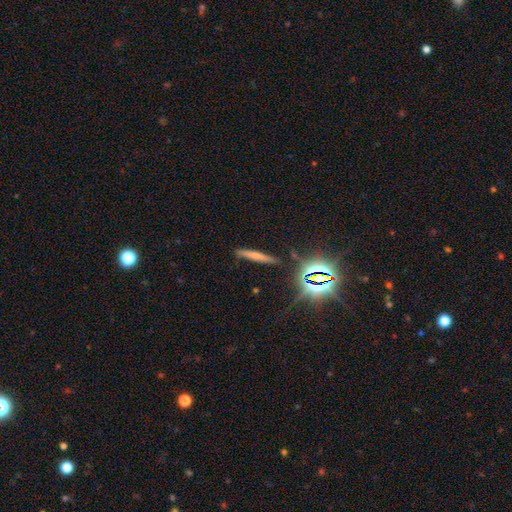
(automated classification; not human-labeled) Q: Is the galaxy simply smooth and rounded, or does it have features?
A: smooth — 55%.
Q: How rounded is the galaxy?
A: cigar-shaped — 92%.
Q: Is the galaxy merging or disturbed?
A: none — 84%.